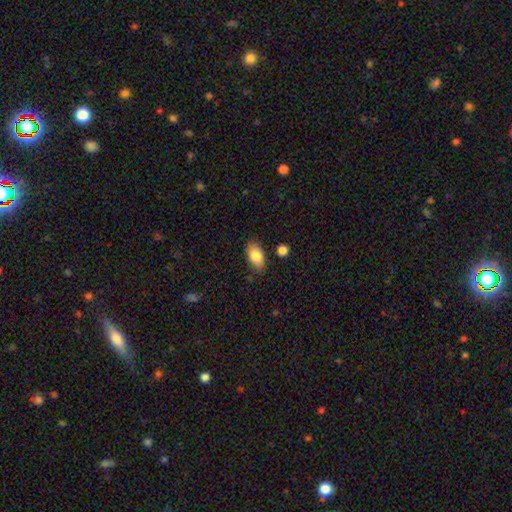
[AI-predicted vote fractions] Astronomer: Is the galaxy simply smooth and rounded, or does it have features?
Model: smooth — 84%.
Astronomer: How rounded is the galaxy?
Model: in between — 93%.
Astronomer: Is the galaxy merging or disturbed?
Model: none — 81%.